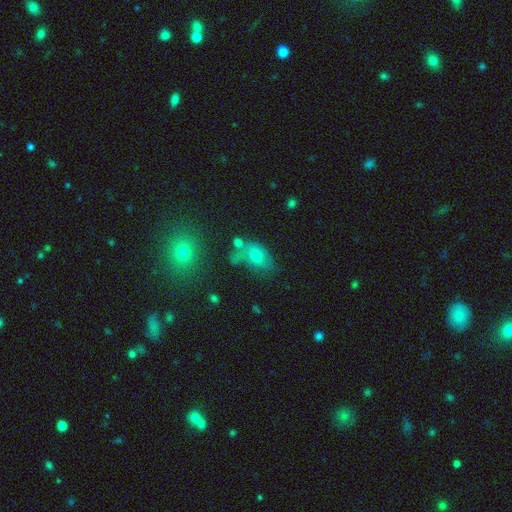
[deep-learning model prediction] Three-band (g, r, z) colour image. It shows a smooth galaxy with no disk features (67%) that is in between round and cigar-shaped (85%). Merging: none (39%).